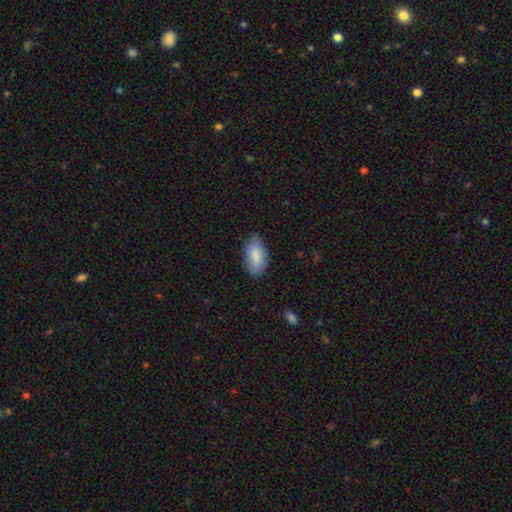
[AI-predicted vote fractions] Smooth or featured? smooth (84%)
How rounded? in between (94%)
Merging? none (77%)